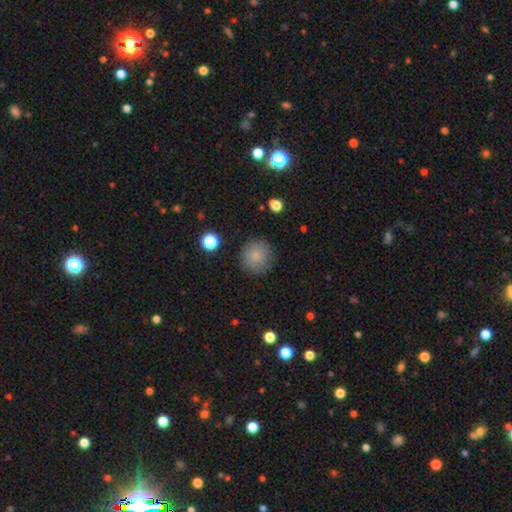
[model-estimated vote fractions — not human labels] Morphology: type=smooth (82%); roundness=round (94%); merging=none (84%).